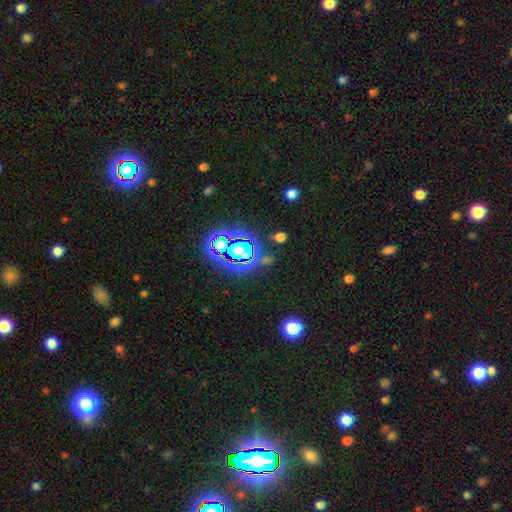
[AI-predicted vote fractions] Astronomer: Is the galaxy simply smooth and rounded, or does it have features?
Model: star or artifact — 80%.